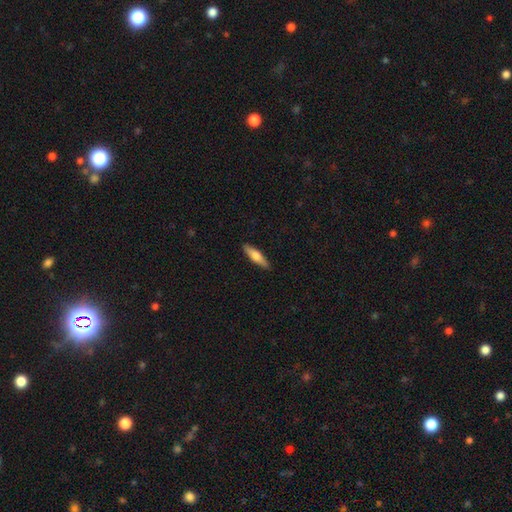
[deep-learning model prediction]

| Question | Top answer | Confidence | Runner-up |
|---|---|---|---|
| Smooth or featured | smooth | 65% | featured or disk (30%) |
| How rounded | cigar-shaped | 72% | in between (26%) |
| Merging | none | 90% | minor disturbance (8%) |